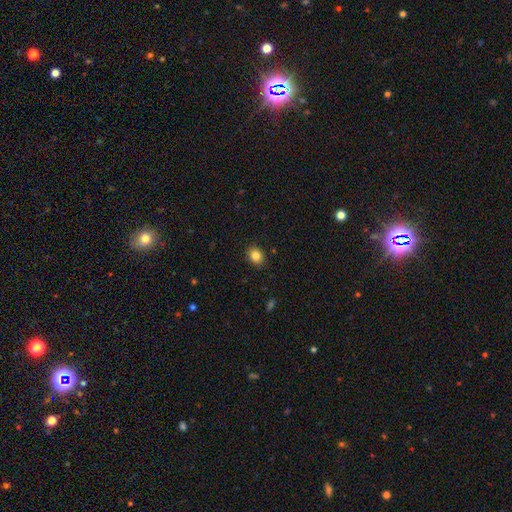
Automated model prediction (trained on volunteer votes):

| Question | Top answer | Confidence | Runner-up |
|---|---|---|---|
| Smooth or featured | smooth | 83% | star or artifact (10%) |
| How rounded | round | 54% | in between (46%) |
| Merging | none | 89% | minor disturbance (8%) |